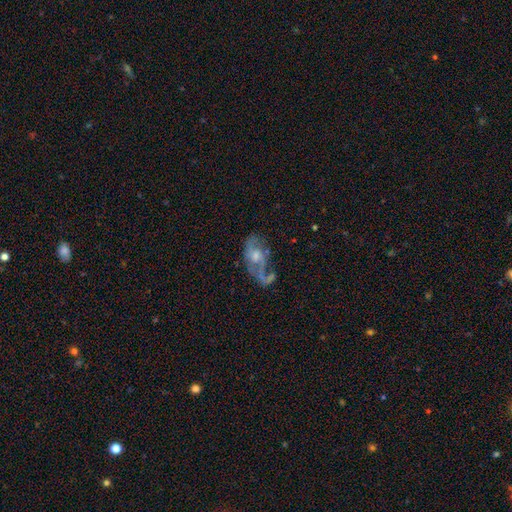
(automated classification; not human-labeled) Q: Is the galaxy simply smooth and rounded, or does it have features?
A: featured or disk — 69%.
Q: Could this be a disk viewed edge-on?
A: no — 92%.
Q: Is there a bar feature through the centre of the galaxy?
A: no — 75%.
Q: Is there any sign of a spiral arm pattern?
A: yes — 62%.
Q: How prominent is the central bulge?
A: moderate — 55%.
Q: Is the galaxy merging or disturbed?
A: none — 40%.